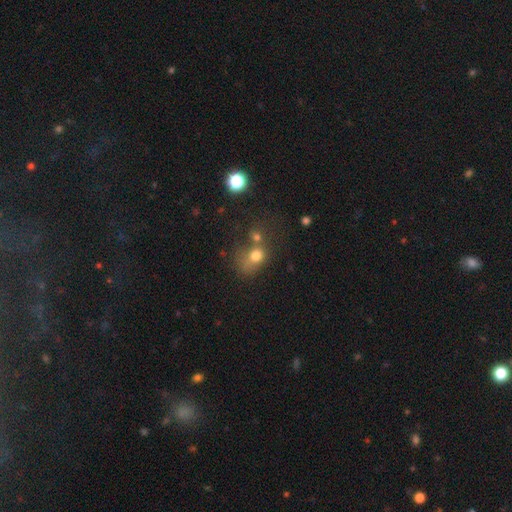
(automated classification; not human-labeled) Smooth or featured? smooth (72%)
How rounded? round (53%)
Merging? merger (38%)